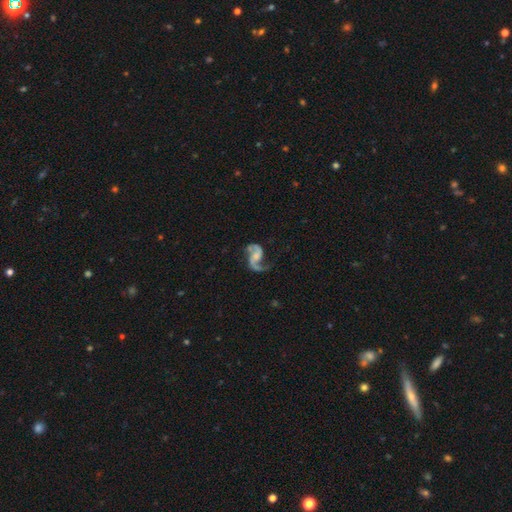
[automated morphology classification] A featured or disk galaxy (89%) with no bar (48%), 2 (89%) loose (64%) spiral arms (97%) and a small central bulge (39%).

Vote fractions:
- Smooth or featured? featured or disk: 89% / smooth: 6% / star or artifact: 5%
- Edge-on disk? no: 98% / yes: 2%
- Bar? no: 48% / weak: 38% / strong: 14%
- Spiral arms? yes: 97% / no: 3%
- Spiral winding? loose: 64% / medium: 31% / tight: 6%
- Spiral arm count? 2: 89% / 1: 7% / can't tell: 2% / 3: 1% / 4: 1% / more than 4: 1%
- Bulge size? small: 39% / none: 29% / moderate: 26% / large: 4% / dominant: 1%
- Merging? none: 62% / minor disturbance: 18% / major disturbance: 17% / merger: 3%